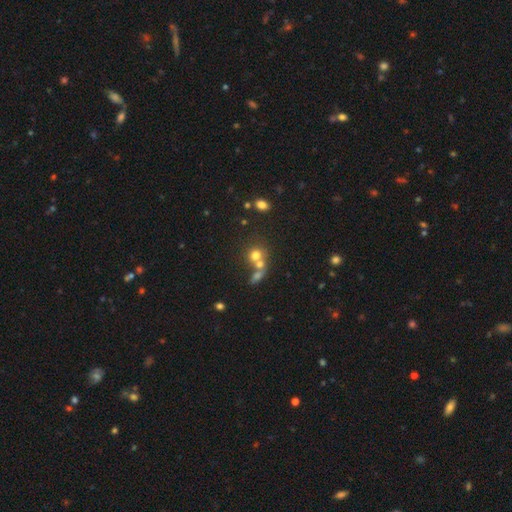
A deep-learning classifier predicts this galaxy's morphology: smooth_or_featured: smooth (p=0.68) [alt: featured or disk p=0.17]
how_rounded: round (p=0.79) [alt: in between p=0.20]
merging: merger (p=0.48) [alt: none p=0.38]